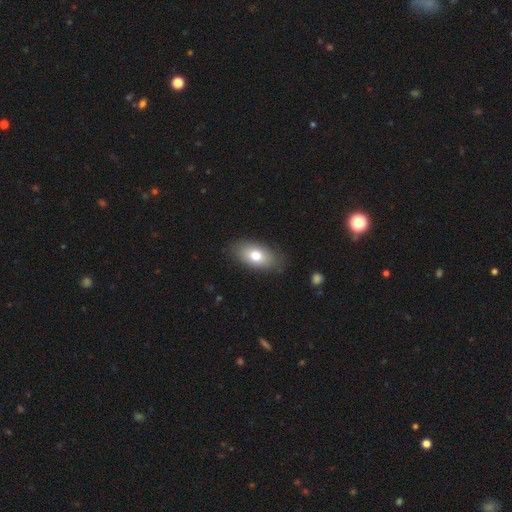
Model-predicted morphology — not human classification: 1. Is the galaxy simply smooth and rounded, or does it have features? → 75% smooth, 18% featured or disk, 7% star or artifact.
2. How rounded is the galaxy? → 91% in between, 6% round, 3% cigar-shaped.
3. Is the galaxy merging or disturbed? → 83% none, 12% minor disturbance, 3% major disturbance, 1% merger.